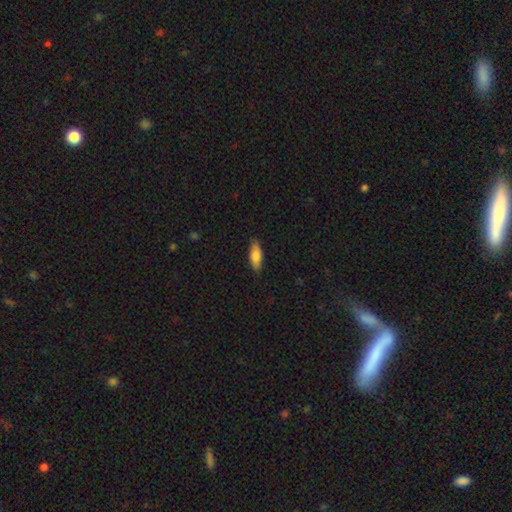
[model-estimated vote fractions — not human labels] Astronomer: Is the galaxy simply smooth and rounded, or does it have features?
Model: smooth — 77%.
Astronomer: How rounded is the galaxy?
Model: in between — 67%.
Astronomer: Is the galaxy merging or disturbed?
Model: none — 86%.